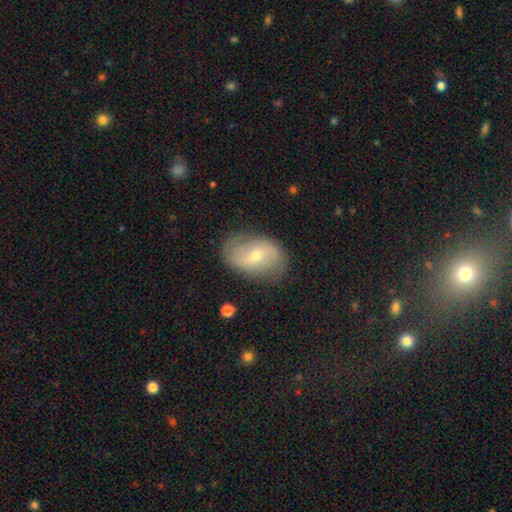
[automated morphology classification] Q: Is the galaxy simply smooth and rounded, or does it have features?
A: featured or disk — 61%.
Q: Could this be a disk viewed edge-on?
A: no — 96%.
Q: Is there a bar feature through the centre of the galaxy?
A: weak — 49%.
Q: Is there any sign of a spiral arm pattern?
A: yes — 81%.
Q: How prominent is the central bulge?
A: small — 60%.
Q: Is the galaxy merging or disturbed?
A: none — 77%.